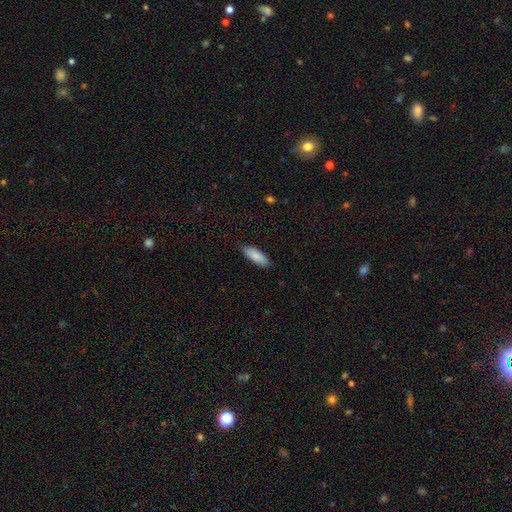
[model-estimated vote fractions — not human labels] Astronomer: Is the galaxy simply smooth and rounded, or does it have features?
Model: smooth — 87%.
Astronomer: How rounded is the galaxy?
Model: in between — 67%.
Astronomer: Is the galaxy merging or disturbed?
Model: none — 85%.